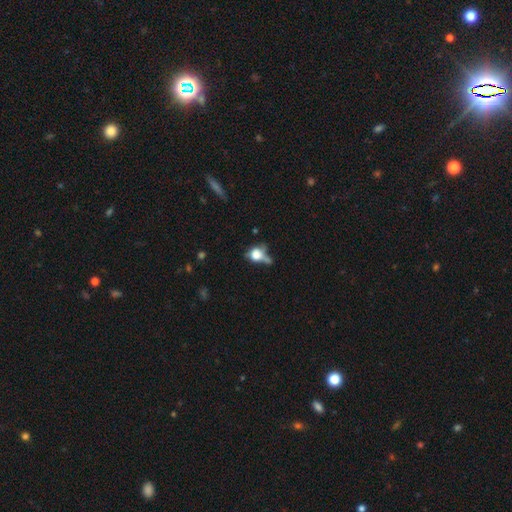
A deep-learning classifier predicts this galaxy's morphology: Smooth or featured? Predicted: smooth (p=0.65). How rounded? Predicted: round (p=0.52). Merging? Predicted: none (p=0.36).